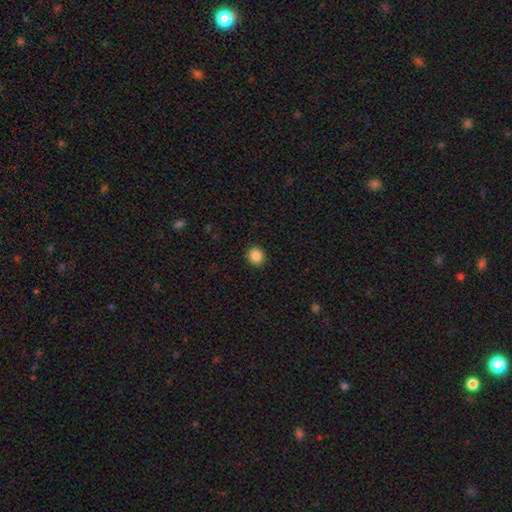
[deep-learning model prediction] This is clearly a smooth galaxy (87%). How rounded: clearly round (85%). Merging: clearly none (92%).